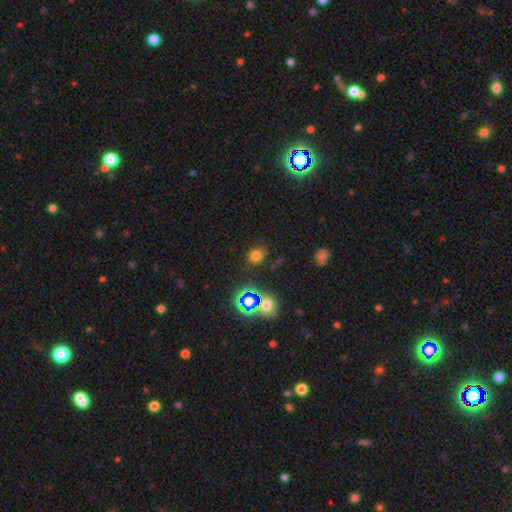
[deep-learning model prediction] This appears to be a smooth galaxy with no disk features (66%) that is round (62%). Merging: none (77%).